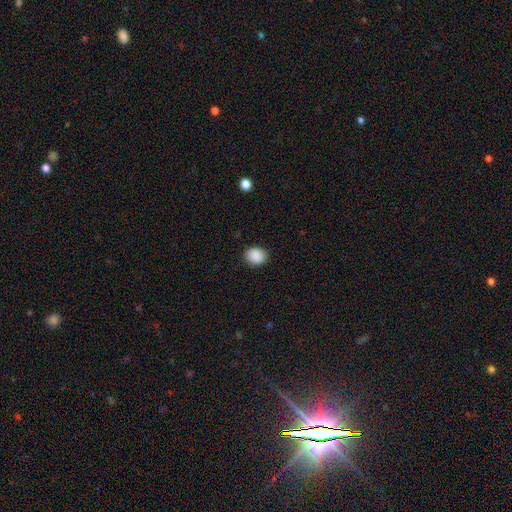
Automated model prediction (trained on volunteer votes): The model was most divided on "how rounded": round: 58%, in between: 41%, cigar-shaped: 1%. More confident: smooth or featured — smooth (90%); merging — none (88%).